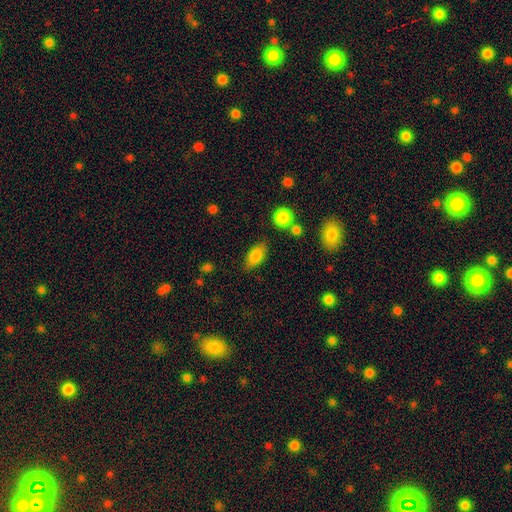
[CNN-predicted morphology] This appears to be a smooth galaxy with no disk features (82%) that is in between round and cigar-shaped (88%). Merging: none (78%).